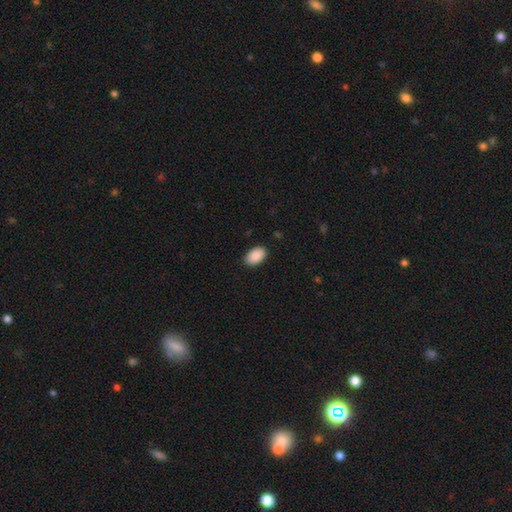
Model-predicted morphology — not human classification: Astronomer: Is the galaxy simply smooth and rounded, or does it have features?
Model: smooth — 91%.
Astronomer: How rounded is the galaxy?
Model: in between — 93%.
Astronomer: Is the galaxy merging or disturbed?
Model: none — 88%.